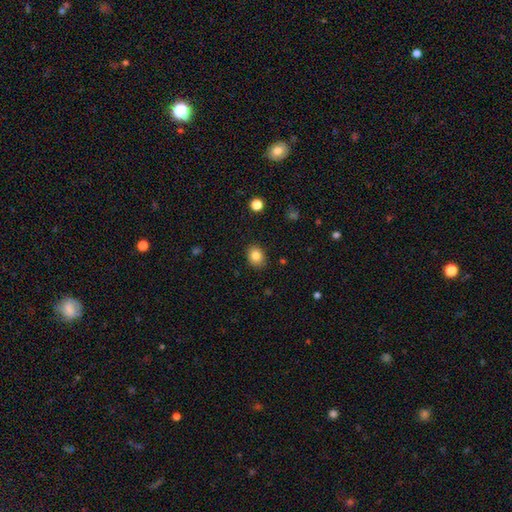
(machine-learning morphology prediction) type=smooth (82%); roundness=round (52%); merging=none (88%).